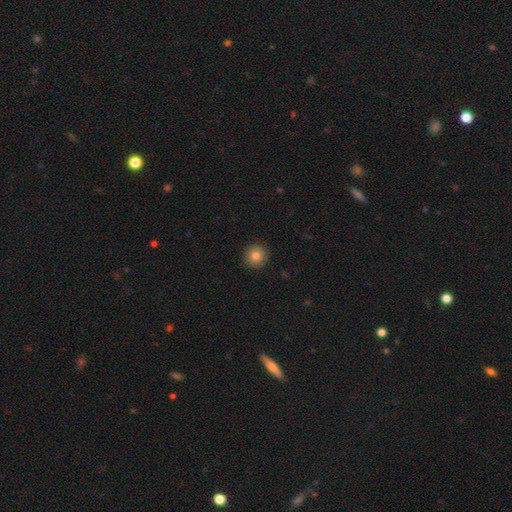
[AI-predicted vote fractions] The model was most divided on "smooth or featured": smooth: 82%, featured or disk: 9%, star or artifact: 9%. More confident: how rounded — round (95%); merging — none (92%).